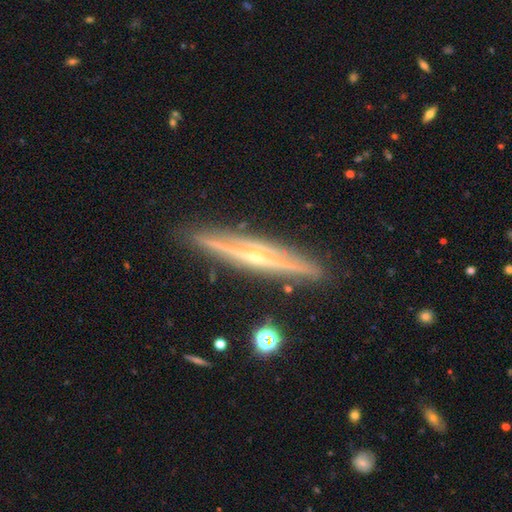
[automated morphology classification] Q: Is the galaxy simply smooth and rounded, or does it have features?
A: featured or disk — 84%.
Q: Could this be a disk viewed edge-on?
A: yes — 97%.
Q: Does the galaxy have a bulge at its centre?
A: rounded — 72%.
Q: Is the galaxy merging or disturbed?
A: none — 89%.